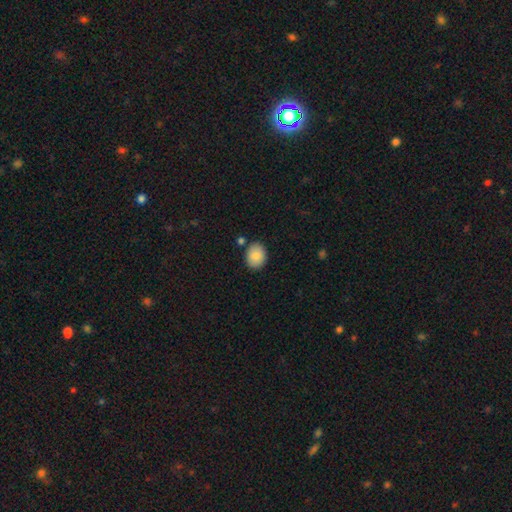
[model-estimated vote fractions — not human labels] This is clearly a smooth galaxy (85%). How rounded: possibly in between (57%). Merging: clearly none (82%).